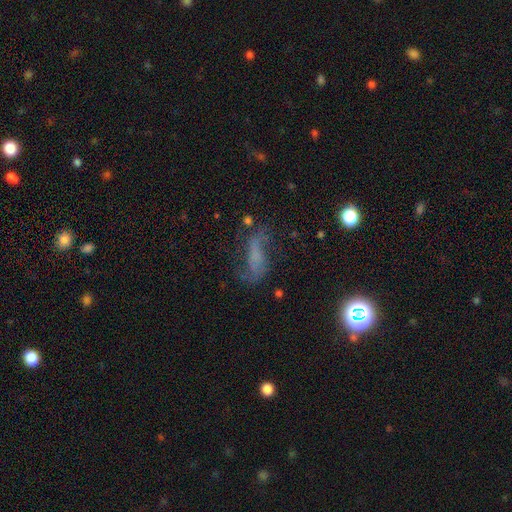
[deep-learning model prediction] smooth_or_featured: featured or disk (p=0.51) [alt: smooth p=0.29]
disk_edge_on: no (p=0.89) [alt: yes p=0.11]
merging: none (p=0.52) [alt: major disturbance p=0.22]